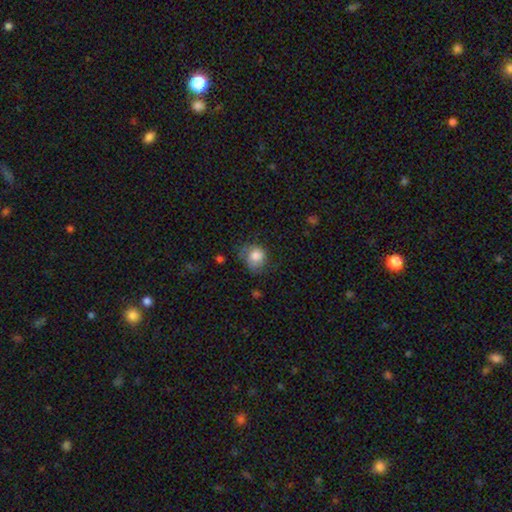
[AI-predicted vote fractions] Overall: smooth (81%). How rounded: round (75%). Merging: none (55%; minor disturbance 31%).